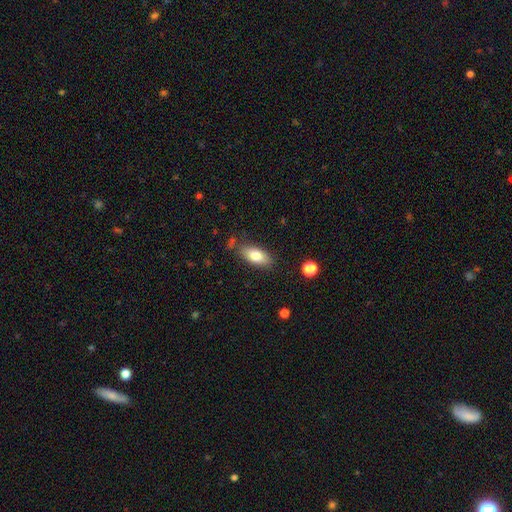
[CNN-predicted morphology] type=smooth (79%); roundness=in between (85%); merging=none (78%).